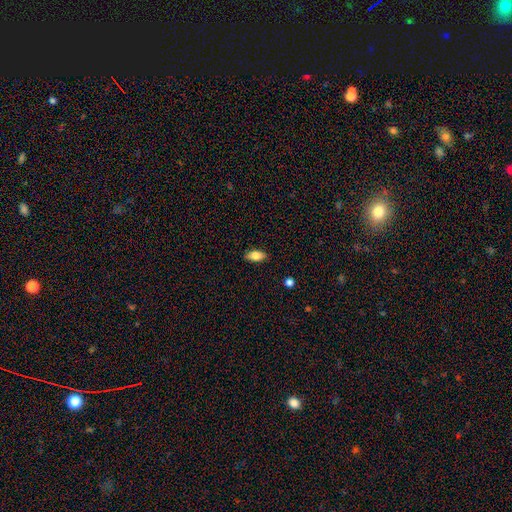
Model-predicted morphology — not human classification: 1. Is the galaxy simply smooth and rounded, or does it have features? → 80% smooth, 13% featured or disk, 7% star or artifact.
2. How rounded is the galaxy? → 89% in between, 8% cigar-shaped, 3% round.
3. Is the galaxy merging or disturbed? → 87% none, 10% minor disturbance, 2% major disturbance, 1% merger.